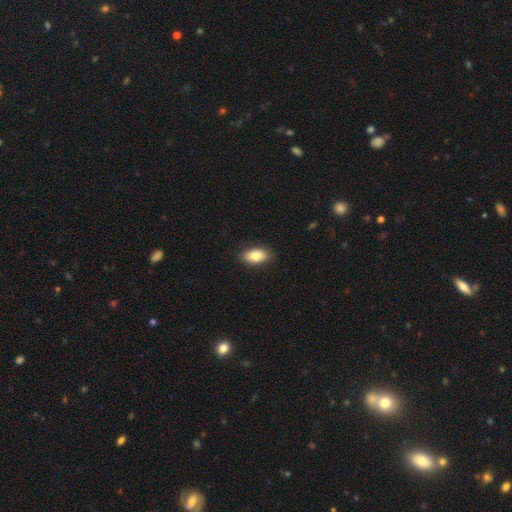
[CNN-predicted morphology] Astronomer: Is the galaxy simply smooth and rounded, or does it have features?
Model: smooth — 84%.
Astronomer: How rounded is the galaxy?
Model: in between — 92%.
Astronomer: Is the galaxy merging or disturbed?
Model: none — 88%.